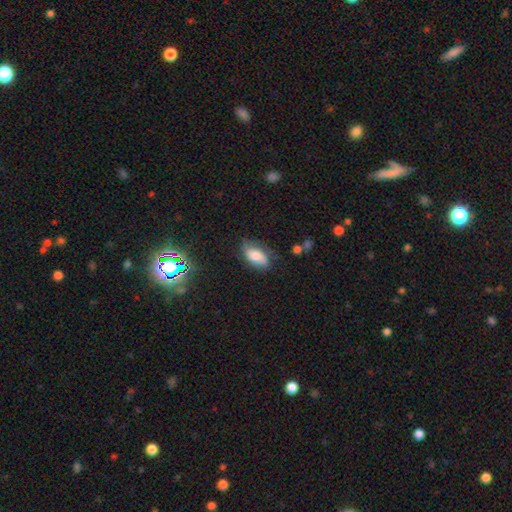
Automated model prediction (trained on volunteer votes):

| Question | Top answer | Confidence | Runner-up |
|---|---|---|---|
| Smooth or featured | smooth | 63% | featured or disk (27%) |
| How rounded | in between | 90% | cigar-shaped (5%) |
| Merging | none | 60% | minor disturbance (28%) |